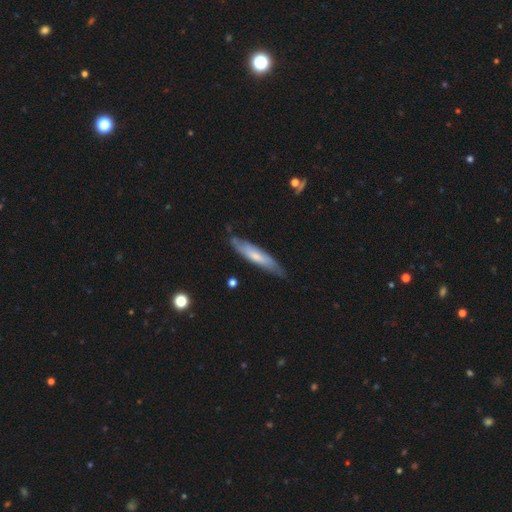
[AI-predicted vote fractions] smooth 51%, featured or disk 43%, star or artifact 6%. Down the decision tree: how rounded — cigar-shaped (83%); merging — none (76%).